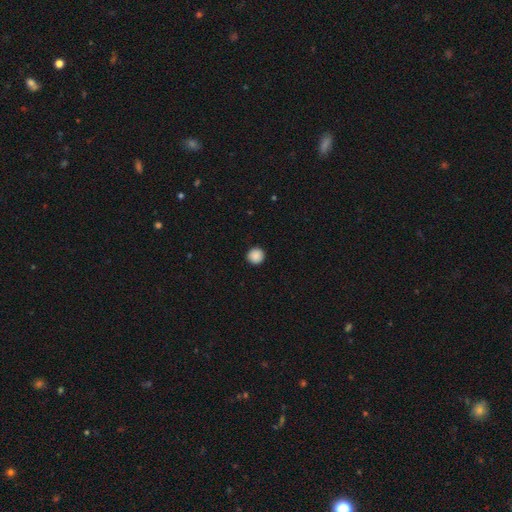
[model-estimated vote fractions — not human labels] A smooth galaxy with no disk features (89%) that is round (95%). Merging: none (92%).